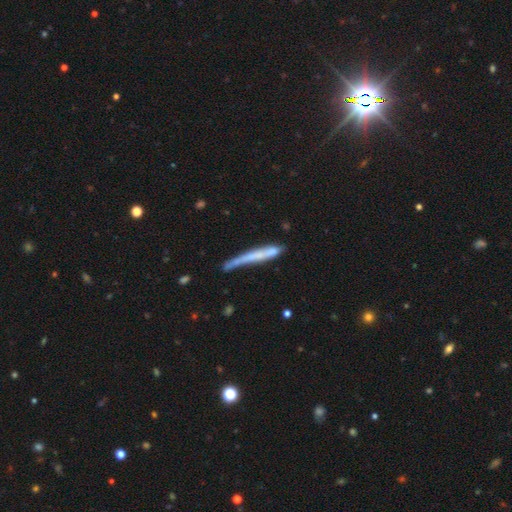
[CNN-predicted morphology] smooth-or-featured: smooth: 54% | featured or disk: 39% | star or artifact: 7%
  how-rounded: cigar-shaped: 96% | in between: 3% | round: 1%
  merging: none: 56% | minor disturbance: 28% | major disturbance: 10% | merger: 7%